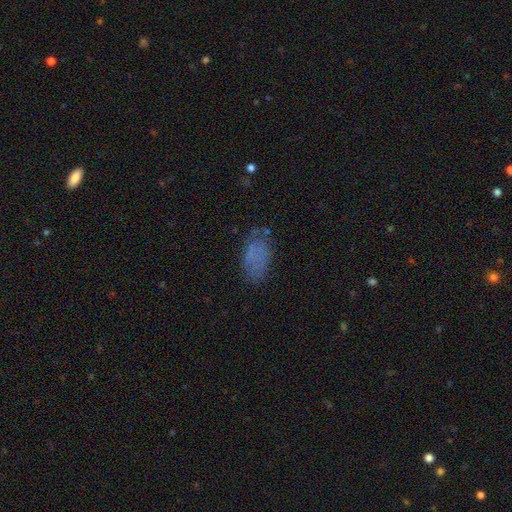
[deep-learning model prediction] Overall: smooth (68%). How rounded: in between (92%). Merging: none (62%; minor disturbance 24%).